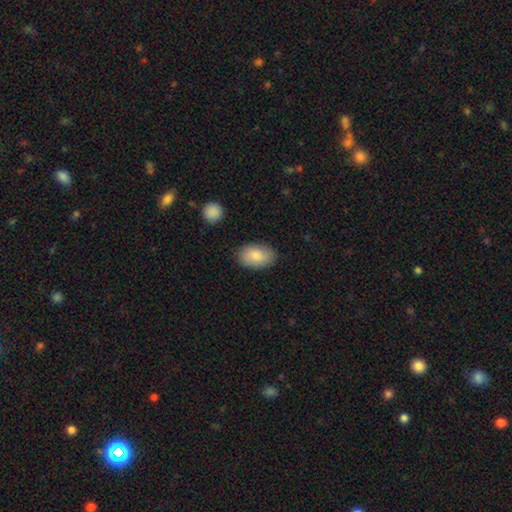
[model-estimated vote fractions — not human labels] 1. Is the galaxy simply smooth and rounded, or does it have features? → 83% smooth, 11% featured or disk, 6% star or artifact.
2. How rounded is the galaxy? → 90% in between, 8% round, 1% cigar-shaped.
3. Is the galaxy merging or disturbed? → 85% none, 11% minor disturbance, 3% major disturbance, 2% merger.